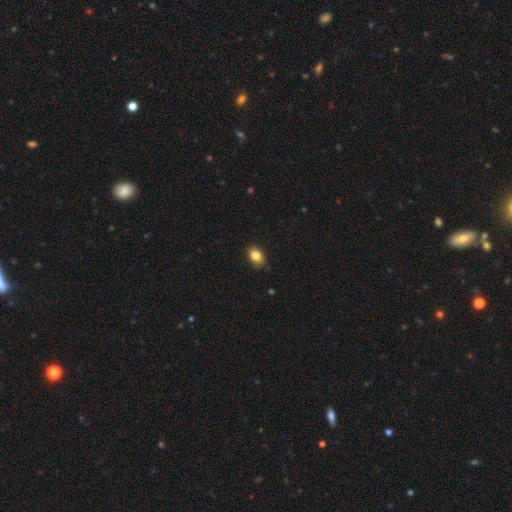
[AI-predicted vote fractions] Overall: smooth (84%). How rounded: in between (76%). Merging: none (84%).